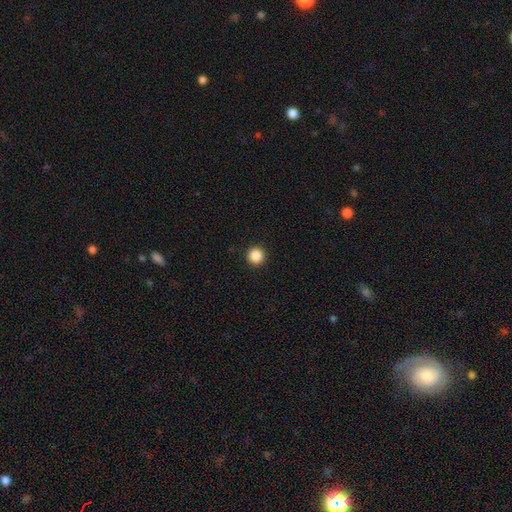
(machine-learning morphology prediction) Overall: smooth (88%). How rounded: round (96%). Merging: none (93%).